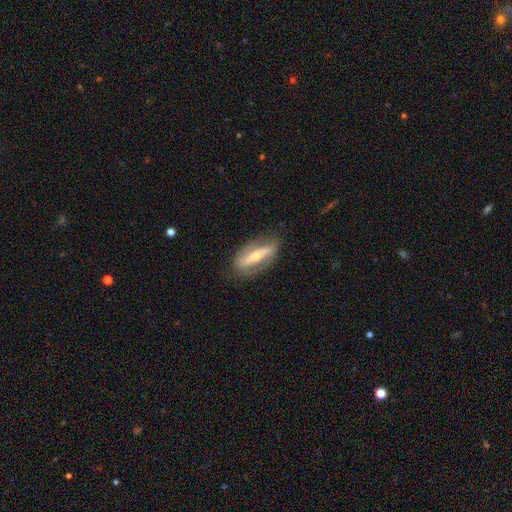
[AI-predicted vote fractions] Smooth or featured? Predicted: featured or disk (p=0.63). Edge-on disk? Predicted: no (p=0.66). Merging? Predicted: none (p=0.75).